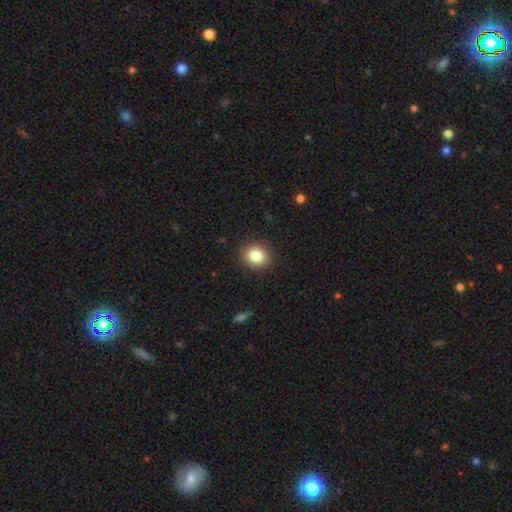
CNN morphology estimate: Smooth or featured? smooth (85%)
How rounded? round (68%)
Merging? none (89%)